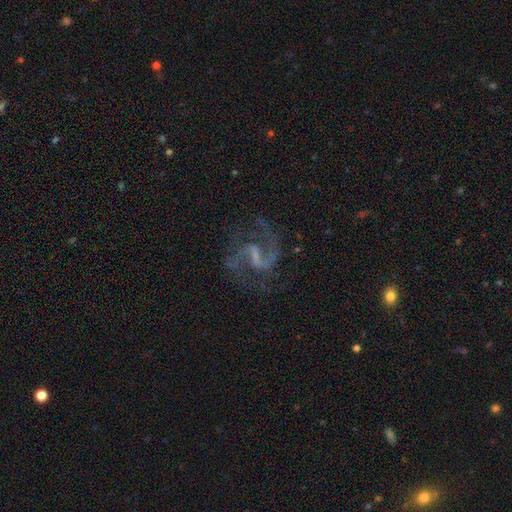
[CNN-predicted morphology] A featured or disk galaxy (91%) with a weak bar (51%), 2 (93%) medium (55%) spiral arms (98%) and no central bulge (46%). Merging: none (75%).